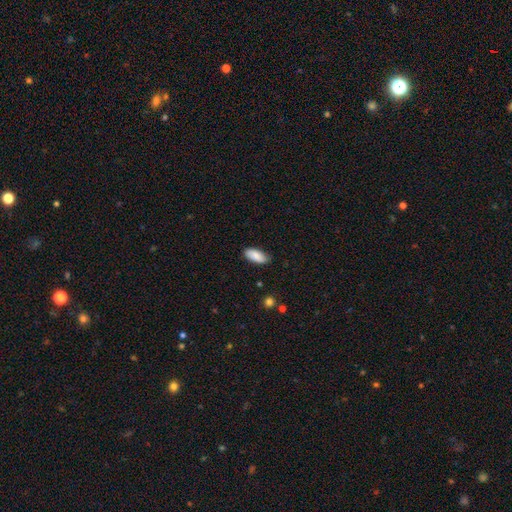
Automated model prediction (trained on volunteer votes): Q: Smooth or featured?
A: smooth (86%); runner-up: featured or disk (8%)
Q: How rounded?
A: in between (88%); runner-up: cigar-shaped (10%)
Q: Merging?
A: none (81%); runner-up: minor disturbance (15%)